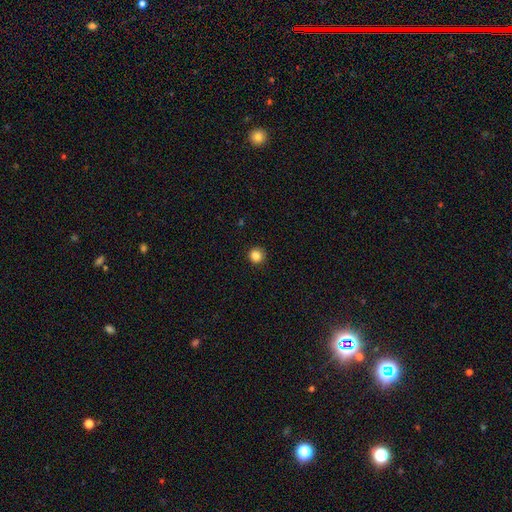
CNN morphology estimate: Smooth or featured: smooth — 85% (star or artifact — 11%)
How rounded: round — 94% (in between — 5%)
Merging: none — 89% (minor disturbance — 8%)